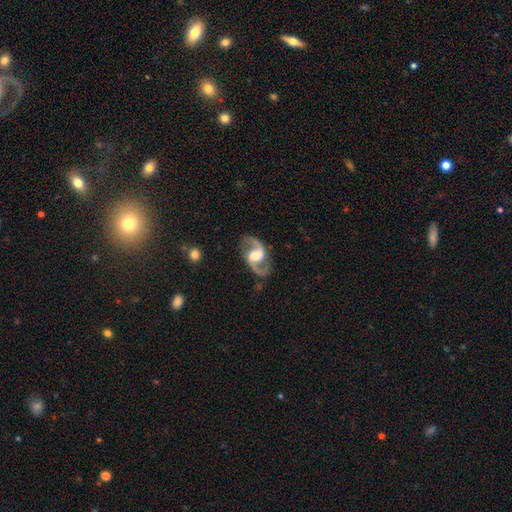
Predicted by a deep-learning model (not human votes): Morphology: type=featured or disk (90%); edge-on=no (97%); bar=weak (45%); spiral arms=yes (96%); winding=medium (56%); arm count=2 (94%); bulge=large (44%); merging=none (83%).